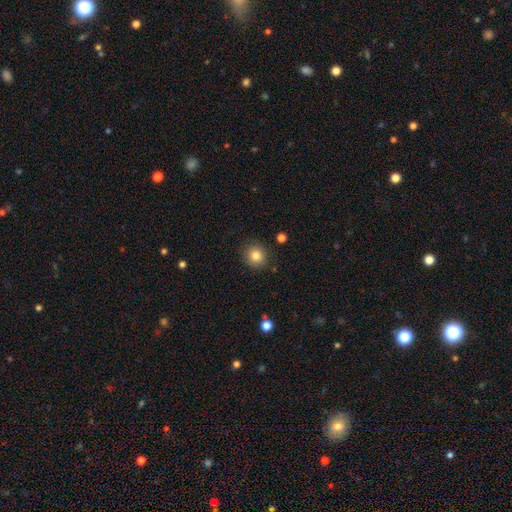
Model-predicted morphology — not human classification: Q: Smooth or featured?
A: smooth (83%); runner-up: star or artifact (10%)
Q: How rounded?
A: round (89%); runner-up: in between (10%)
Q: Merging?
A: none (88%); runner-up: minor disturbance (8%)